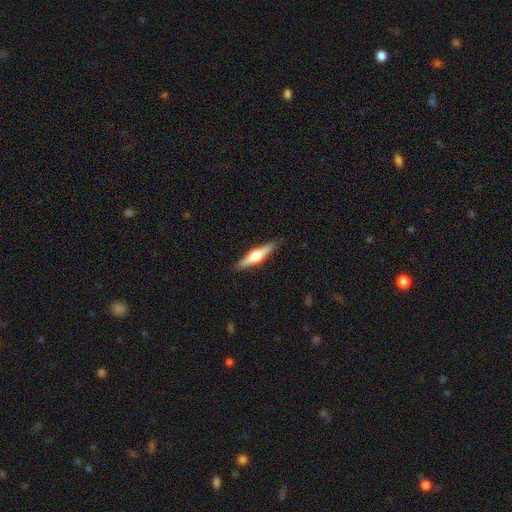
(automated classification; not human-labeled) Q: Smooth or featured?
A: featured or disk (55%); runner-up: smooth (39%)
Q: Edge-on disk?
A: yes (96%); runner-up: no (4%)
Q: Edge-on bulge?
A: rounded (91%); runner-up: boxy (5%)
Q: Merging?
A: none (90%); runner-up: minor disturbance (8%)